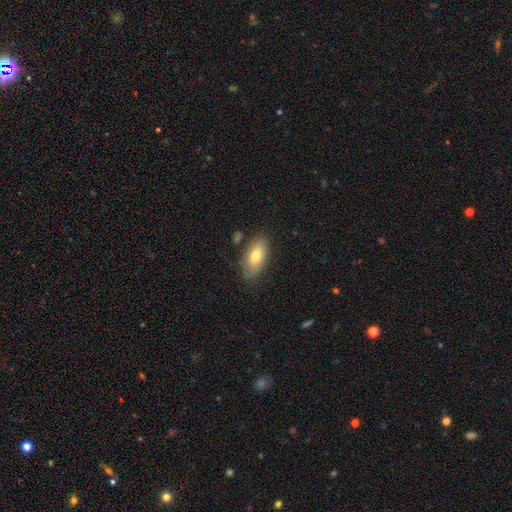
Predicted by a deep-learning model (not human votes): A smooth galaxy with no disk features (74%) that is in between round and cigar-shaped (89%). Merging: none (77%).